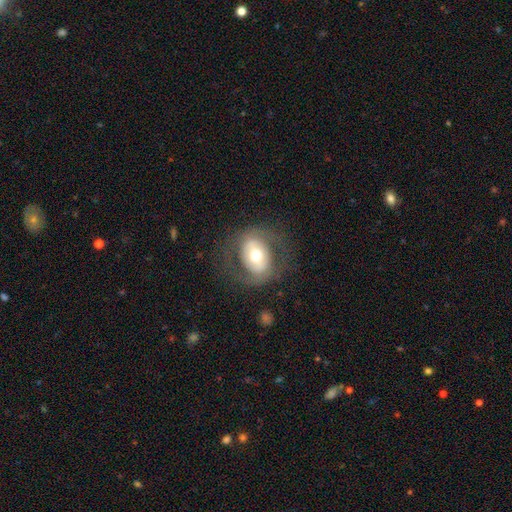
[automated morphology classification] type=featured or disk (53%); edge-on=no (94%); merging=none (72%).